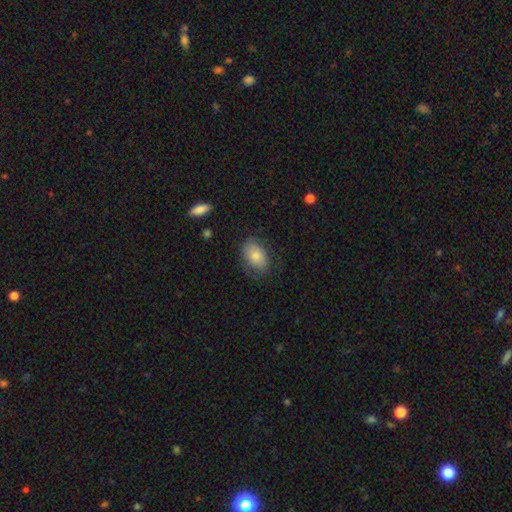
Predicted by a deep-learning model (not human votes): A smooth galaxy with no disk features (76%) that is in between round and cigar-shaped (88%). Merging: none (67%).